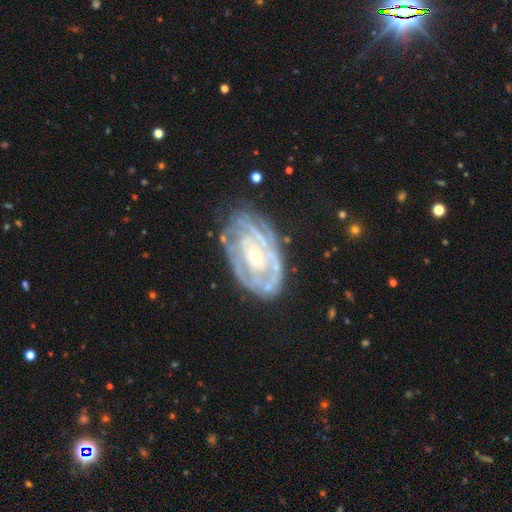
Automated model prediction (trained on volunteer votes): smooth-or-featured: featured or disk: 83% | smooth: 11% | star or artifact: 6%
  disk-edge-on: no: 96% | yes: 4%
    bar: no: 75% | weak: 18% | strong: 6%
    has-spiral-arms: yes: 87% | no: 13%
      spiral-winding: tight: 75% | medium: 19% | loose: 5%
      spiral-arm-count: can't tell: 49% | 2: 16% | 3: 13% | 4: 9% | more than 4: 6% | 1: 6%
    bulge-size: small: 69% | moderate: 24% | none: 3% | large: 2% | dominant: 1%
  merging: none: 68% | minor disturbance: 21% | major disturbance: 9% | merger: 2%